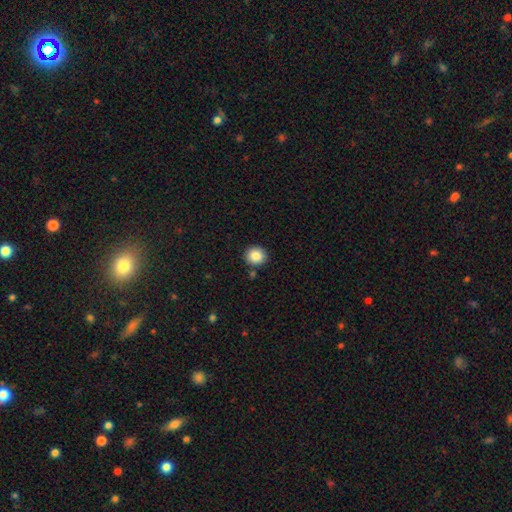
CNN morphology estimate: Smooth or featured?
  - smooth: 86% *
  - star or artifact: 9%
  - featured or disk: 5%
How rounded?
  - round: 88% *
  - in between: 11%
  - cigar-shaped: 1%
Merging?
  - none: 87% *
  - minor disturbance: 7%
  - merger: 4%
  - major disturbance: 2%